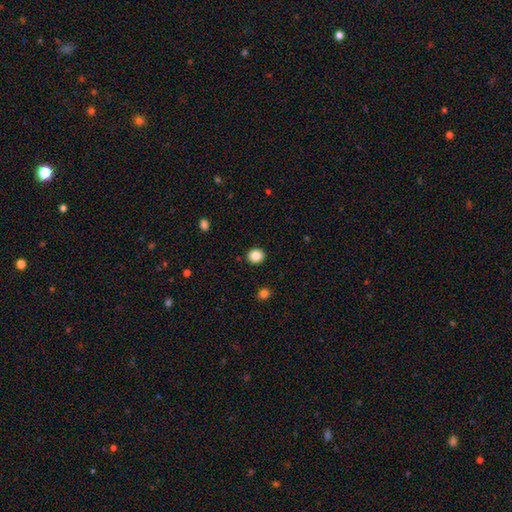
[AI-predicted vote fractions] The model was most divided on "how rounded": round: 76%, in between: 24%, cigar-shaped: 1%. More confident: merging — none (91%); smooth or featured — smooth (86%).